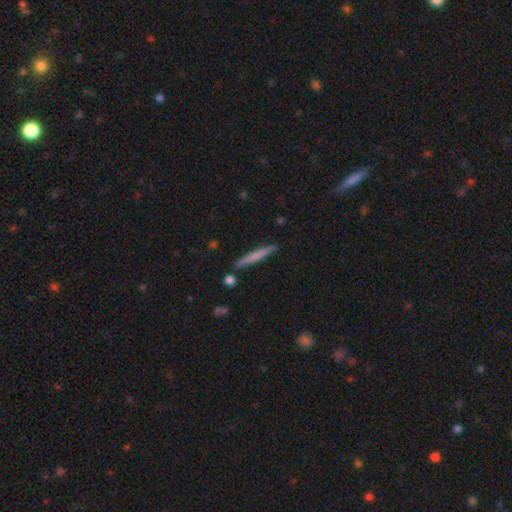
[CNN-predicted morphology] Smooth or featured: smooth — 65% (featured or disk — 30%)
How rounded: cigar-shaped — 96% (in between — 3%)
Merging: none — 89% (minor disturbance — 7%)